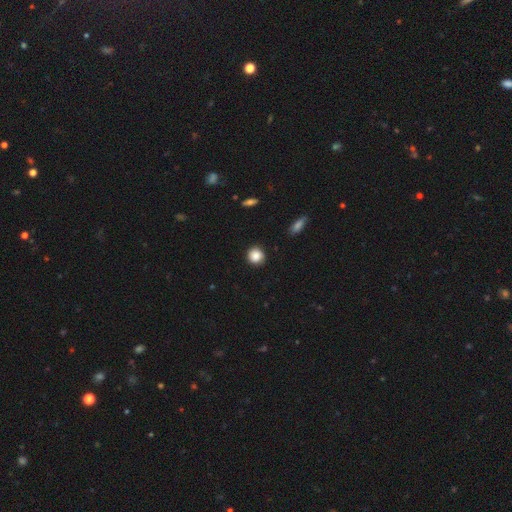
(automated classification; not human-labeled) A smooth galaxy with no disk features (87%) that is round (92%).

Vote fractions:
- Smooth or featured? smooth: 87% / star or artifact: 9% / featured or disk: 4%
- How rounded? round: 92% / in between: 7% / cigar-shaped: 1%
- Merging? none: 90% / minor disturbance: 7% / major disturbance: 2% / merger: 1%